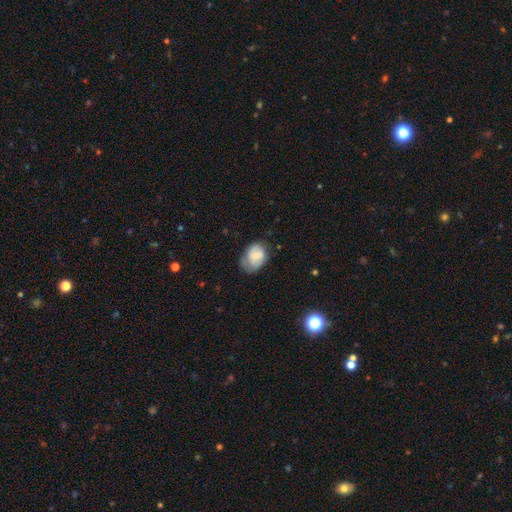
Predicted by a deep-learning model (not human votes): smooth 71%, featured or disk 21%, star or artifact 8%. Down the decision tree: how rounded — in between (67%); merging — none (51%).